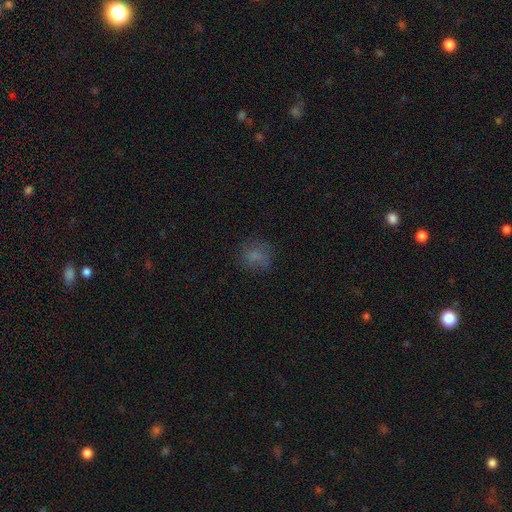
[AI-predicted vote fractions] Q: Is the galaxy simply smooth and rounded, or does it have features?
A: smooth — 70%.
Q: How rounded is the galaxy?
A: round — 74%.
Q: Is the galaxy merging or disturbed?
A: none — 69%.